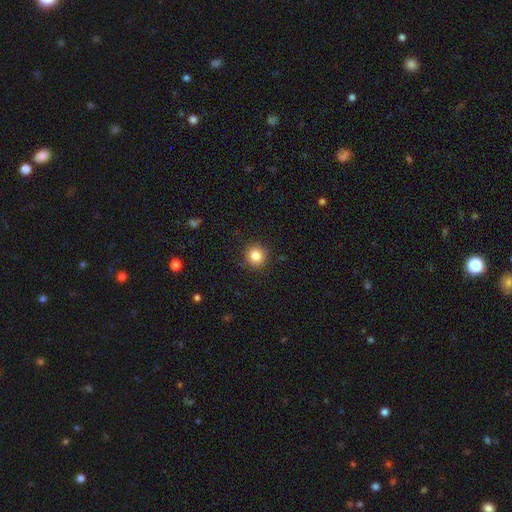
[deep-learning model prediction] Morphology: type=smooth (84%); roundness=round (93%); merging=none (91%).